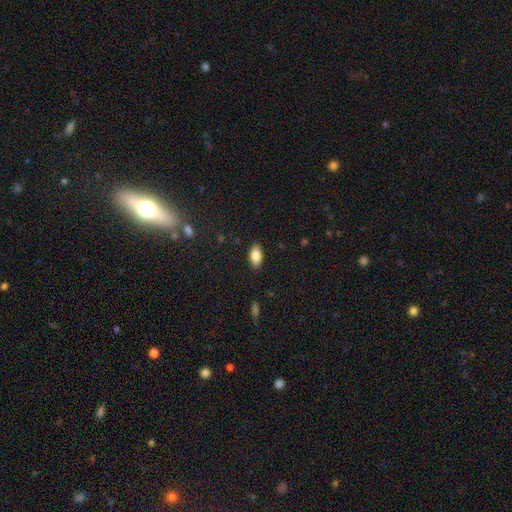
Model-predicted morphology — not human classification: Smooth or featured? Predicted: smooth (p=0.83). How rounded? Predicted: in between (p=0.91). Merging? Predicted: none (p=0.87).